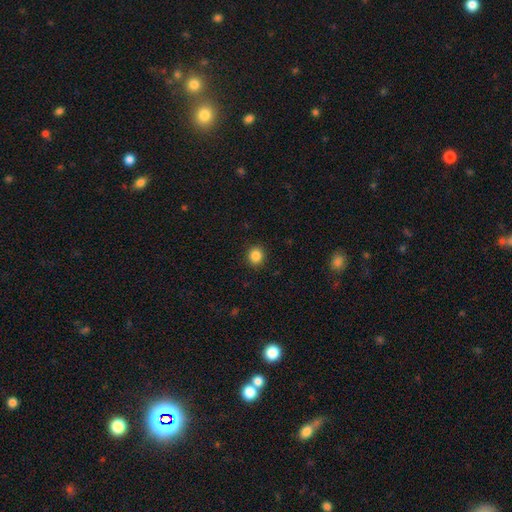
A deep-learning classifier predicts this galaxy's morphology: type=smooth (86%); roundness=round (85%); merging=none (91%).